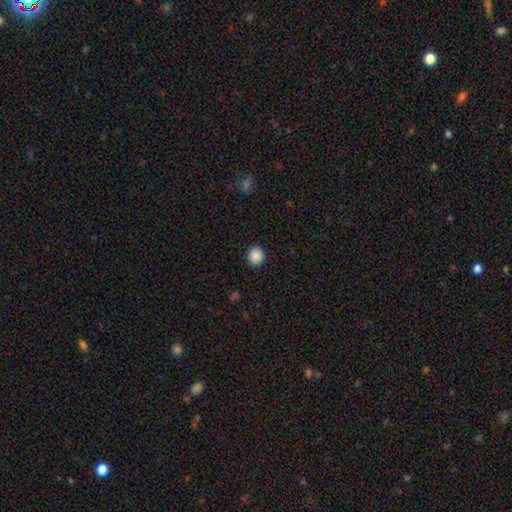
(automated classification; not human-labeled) A smooth galaxy with no disk features (88%) that is round (85%).

Vote fractions:
- Smooth or featured? smooth: 88% / star or artifact: 9% / featured or disk: 2%
- How rounded? round: 85% / in between: 14% / cigar-shaped: 1%
- Merging? none: 91% / minor disturbance: 6% / major disturbance: 2% / merger: 1%